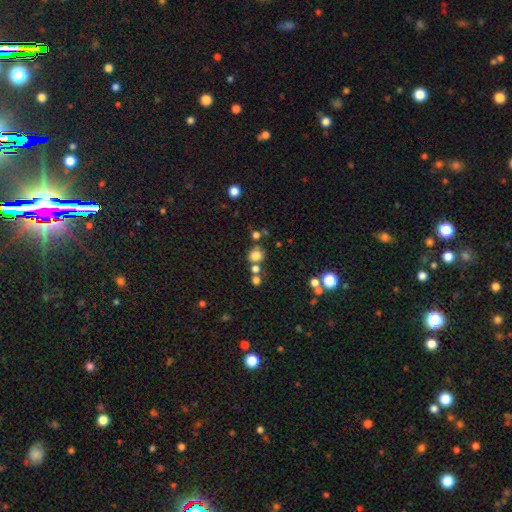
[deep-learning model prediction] Q: Smooth or featured?
A: smooth (75%); runner-up: star or artifact (17%)
Q: How rounded?
A: round (78%); runner-up: in between (21%)
Q: Merging?
A: none (61%); runner-up: merger (22%)